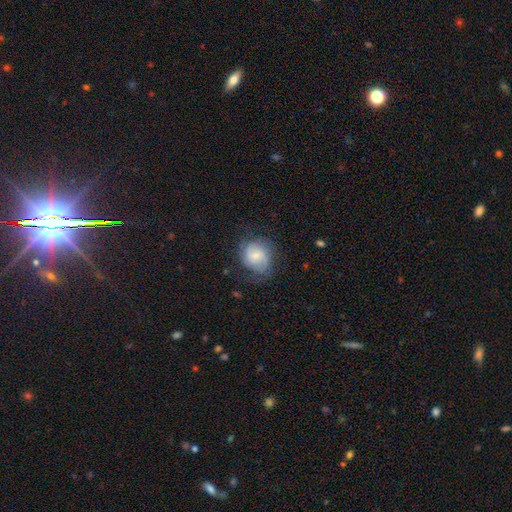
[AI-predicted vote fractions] smooth 53%, featured or disk 39%, star or artifact 8%. Down the decision tree: how rounded — round (74%); merging — none (58%).